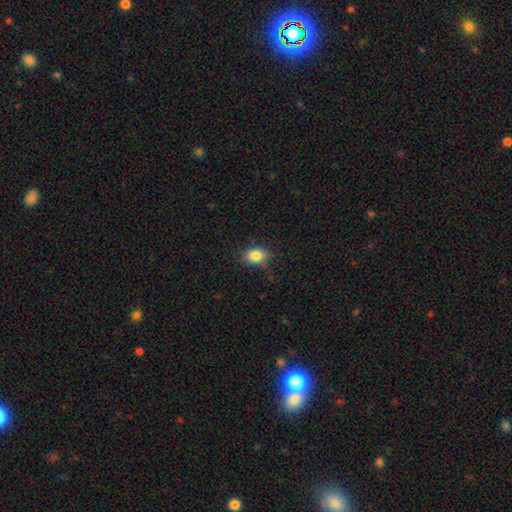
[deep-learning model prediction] This is clearly a smooth galaxy (83%). How rounded: likely in between (61%). Merging: clearly none (81%).